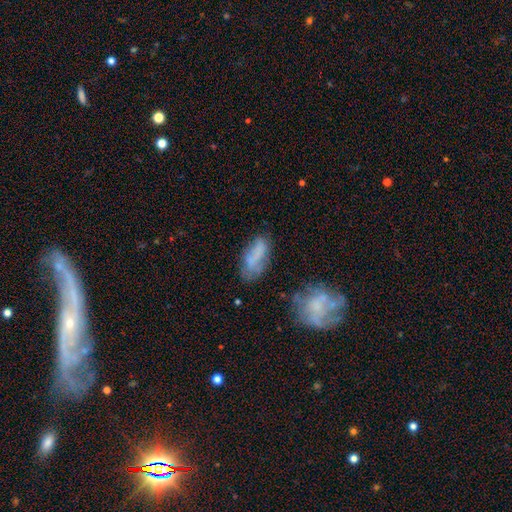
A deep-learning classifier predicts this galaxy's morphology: smooth-or-featured: smooth: 60% | featured or disk: 30% | star or artifact: 10%
  how-rounded: in between: 79% | cigar-shaped: 17% | round: 3%
  merging: none: 53% | minor disturbance: 26% | major disturbance: 14% | merger: 7%